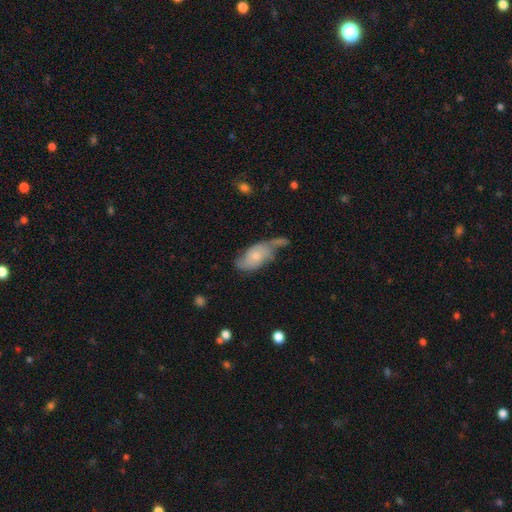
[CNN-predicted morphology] The model was most divided on "smooth or featured": featured or disk: 49%, smooth: 44%, star or artifact: 7%. Remaining: merging — none (36%).